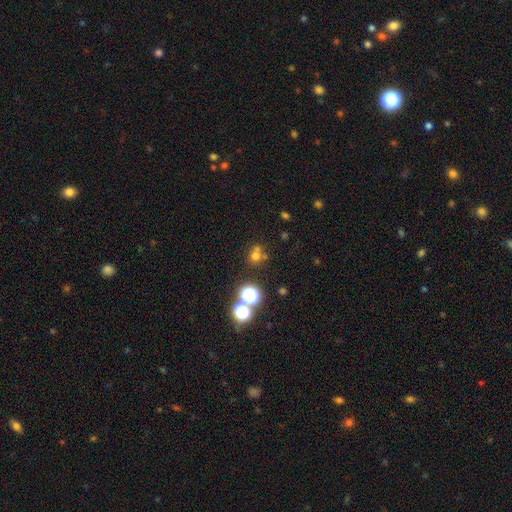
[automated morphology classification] type=smooth (61%); roundness=round (87%); merging=none (61%).